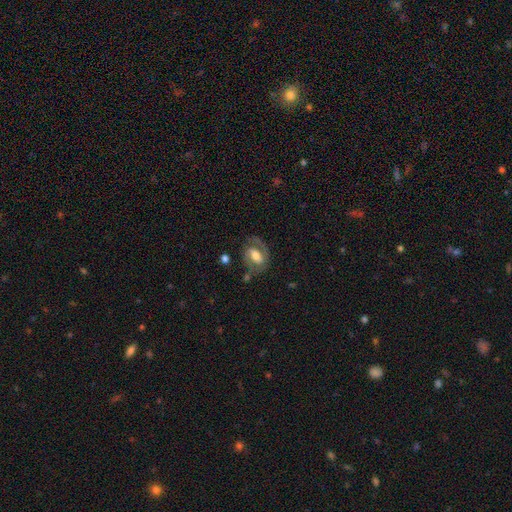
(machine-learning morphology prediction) The model was most divided on "bar": weak: 42%, strong: 30%, no: 28%. Remaining: edge-on disk — no (96%); spiral arms — yes (85%); spiral arm count — 2 (82%); smooth or featured — featured or disk (71%); merging — none (67%); bulge size — moderate (52%); spiral winding — medium (49%).